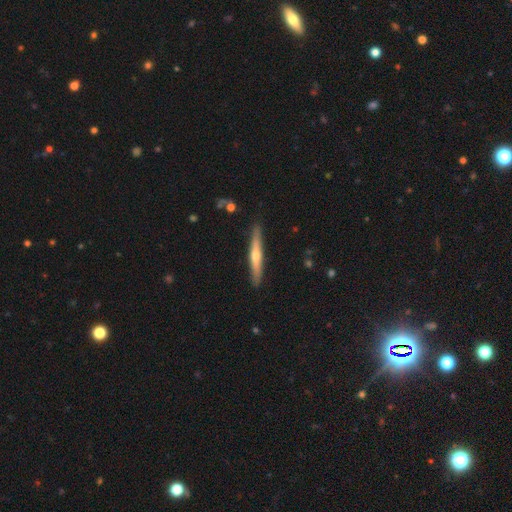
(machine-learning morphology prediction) The model was most divided on "smooth or featured": featured or disk: 59%, smooth: 36%, star or artifact: 6%. More confident: edge-on disk — yes (95%); merging — none (89%); edge-on bulge — rounded (81%).